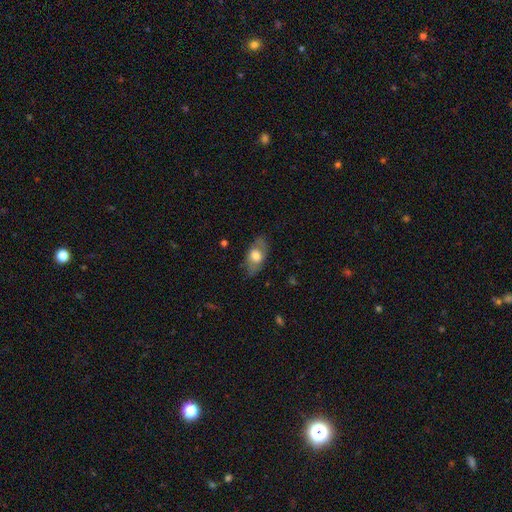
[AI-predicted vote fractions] Smooth or featured?
  - smooth: 59% *
  - featured or disk: 35%
  - star or artifact: 6%
How rounded?
  - in between: 88% *
  - round: 7%
  - cigar-shaped: 4%
Merging?
  - none: 75% *
  - minor disturbance: 18%
  - major disturbance: 6%
  - merger: 1%